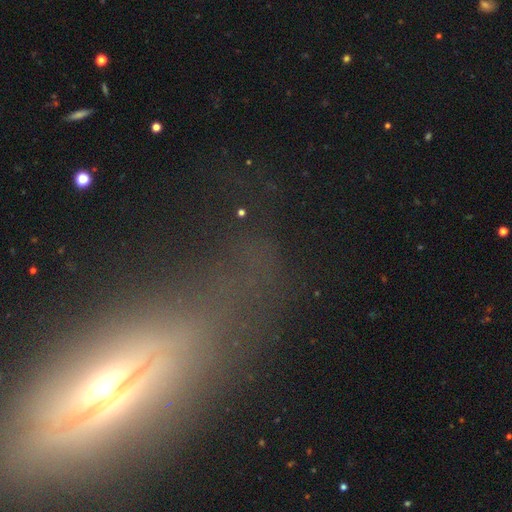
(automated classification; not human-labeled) Smooth or featured?
  - featured or disk: 51% *
  - star or artifact: 28%
  - smooth: 21%
Edge-on disk?
  - yes: 65% *
  - no: 35%
Merging?
  - none: 54% *
  - major disturbance: 25%
  - minor disturbance: 17%
  - merger: 5%